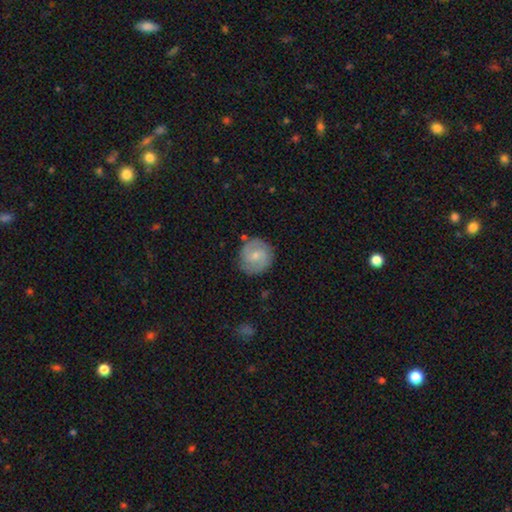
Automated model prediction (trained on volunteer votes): Morphology: type=featured or disk (61%); edge-on=no (98%); bar=weak (48%); spiral arms=yes (89%); winding=medium (47%); arm count=2 (80%); bulge=small (58%); merging=none (81%).